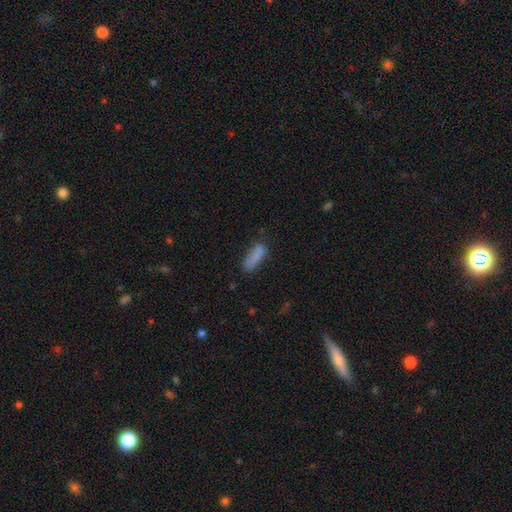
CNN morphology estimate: A smooth galaxy with no disk features (81%) that is in between round and cigar-shaped (50%).

Vote fractions:
- Smooth or featured? smooth: 81% / featured or disk: 10% / star or artifact: 9%
- How rounded? in between: 50% / cigar-shaped: 48% / round: 2%
- Merging? none: 62% / minor disturbance: 23% / major disturbance: 9% / merger: 5%